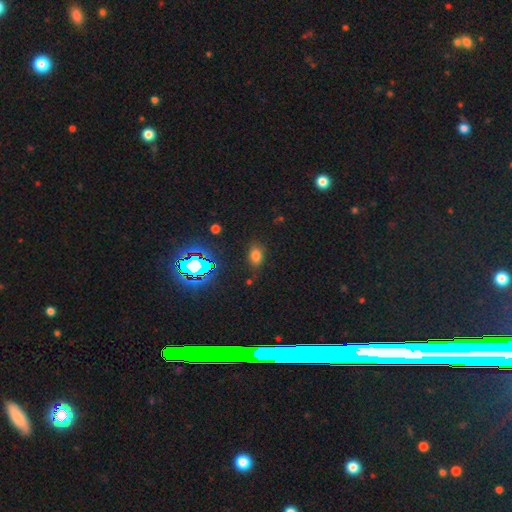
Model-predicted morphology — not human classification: smooth-or-featured: smooth: 69% | star or artifact: 23% | featured or disk: 8%
  how-rounded: in between: 76% | round: 23% | cigar-shaped: 2%
  merging: none: 79% | minor disturbance: 14% | major disturbance: 4% | merger: 2%